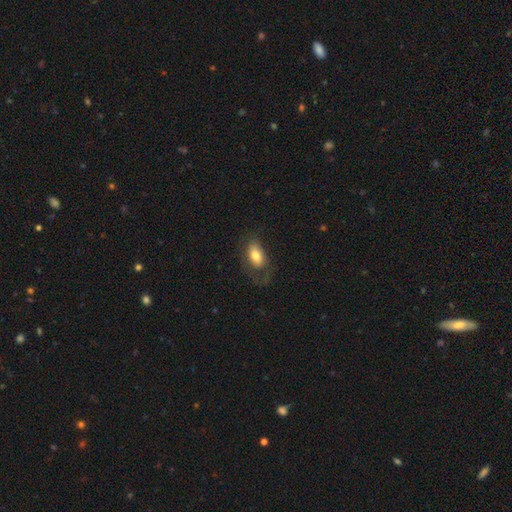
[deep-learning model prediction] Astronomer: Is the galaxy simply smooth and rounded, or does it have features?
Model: smooth — 68%.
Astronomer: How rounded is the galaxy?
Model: in between — 90%.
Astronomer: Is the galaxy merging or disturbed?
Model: none — 48% (runner-up: major disturbance, 29%).